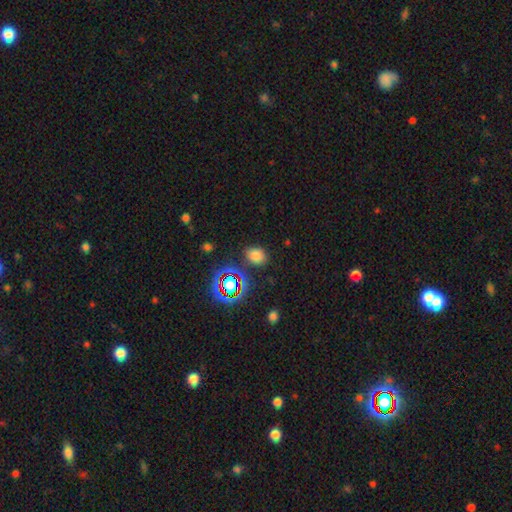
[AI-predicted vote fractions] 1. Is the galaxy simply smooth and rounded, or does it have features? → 73% smooth, 21% star or artifact, 6% featured or disk.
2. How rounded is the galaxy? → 65% in between, 34% round, 1% cigar-shaped.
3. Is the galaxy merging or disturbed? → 79% none, 13% minor disturbance, 4% major disturbance, 3% merger.